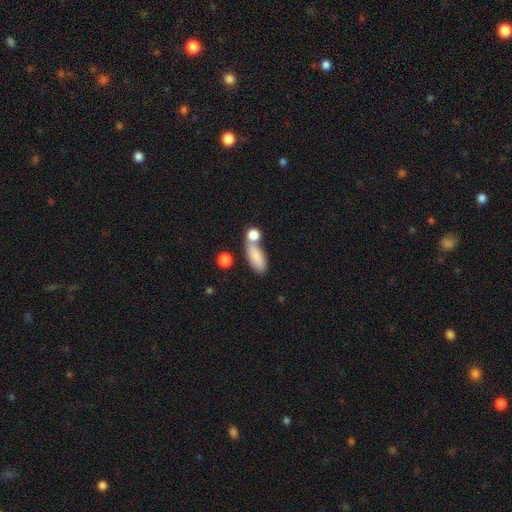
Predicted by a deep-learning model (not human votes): Smooth or featured: smooth — 84% (featured or disk — 9%)
How rounded: in between — 75% (cigar-shaped — 20%)
Merging: none — 51% (merger — 29%)